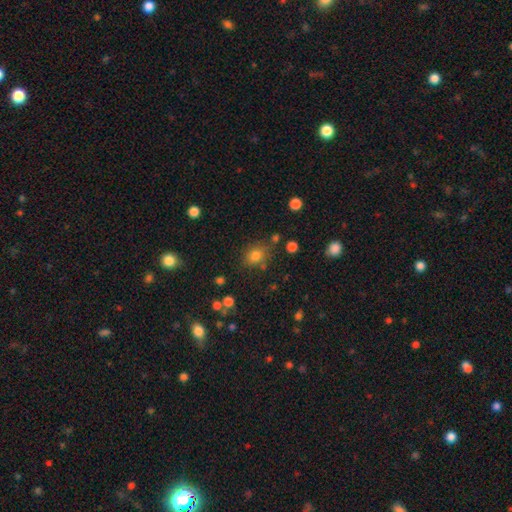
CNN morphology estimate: Q: Smooth or featured?
A: smooth (79%); runner-up: star or artifact (14%)
Q: How rounded?
A: round (55%); runner-up: in between (44%)
Q: Merging?
A: none (73%); runner-up: minor disturbance (15%)